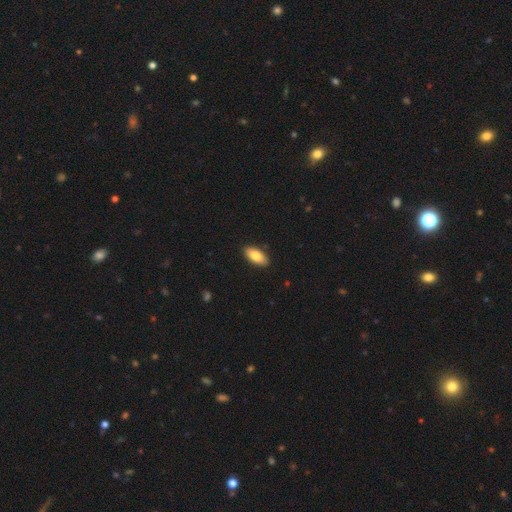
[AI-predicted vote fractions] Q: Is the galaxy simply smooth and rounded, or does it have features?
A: smooth — 83%.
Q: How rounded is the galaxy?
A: in between — 90%.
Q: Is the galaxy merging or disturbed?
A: none — 90%.